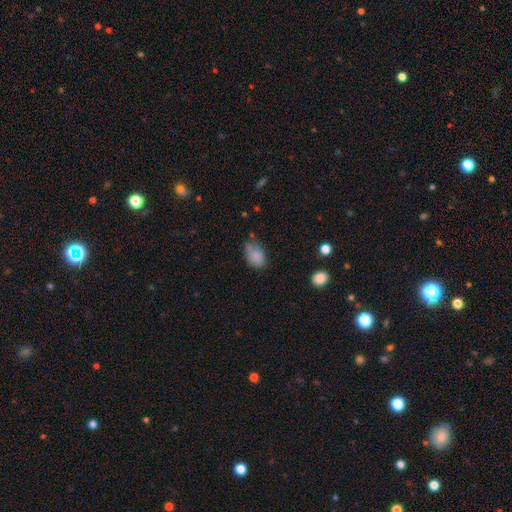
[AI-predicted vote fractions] Smooth or featured: smooth — 81% (star or artifact — 10%)
How rounded: in between — 80% (round — 19%)
Merging: none — 49% (minor disturbance — 35%)